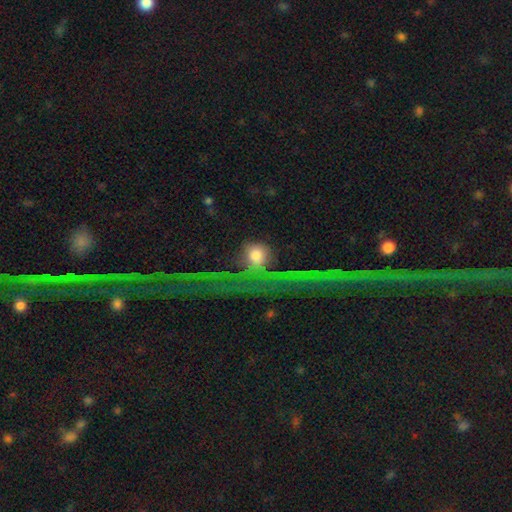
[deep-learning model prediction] Smooth or featured: smooth — 64% (featured or disk — 20%)
How rounded: round — 80% (in between — 16%)
Merging: none — 40% (major disturbance — 33%)